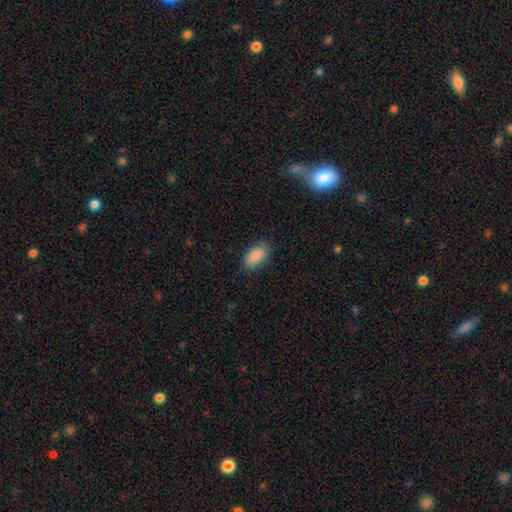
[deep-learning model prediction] smooth 87%, star or artifact 6%, featured or disk 6%. Down the decision tree: how rounded — in between (93%); merging — none (83%).